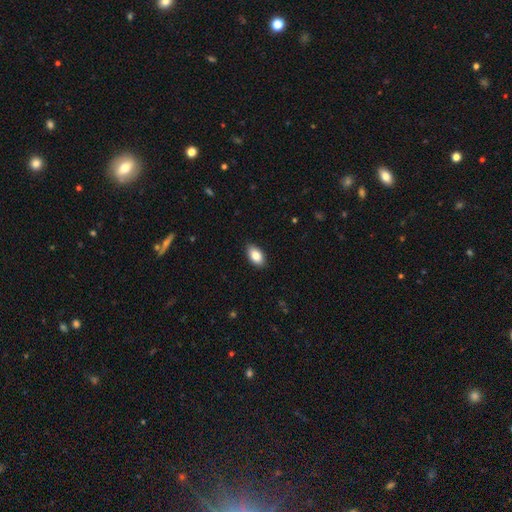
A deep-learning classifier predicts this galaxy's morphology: smooth 86%, featured or disk 8%, star or artifact 7%. Down the decision tree: how rounded — in between (93%); merging — none (89%).